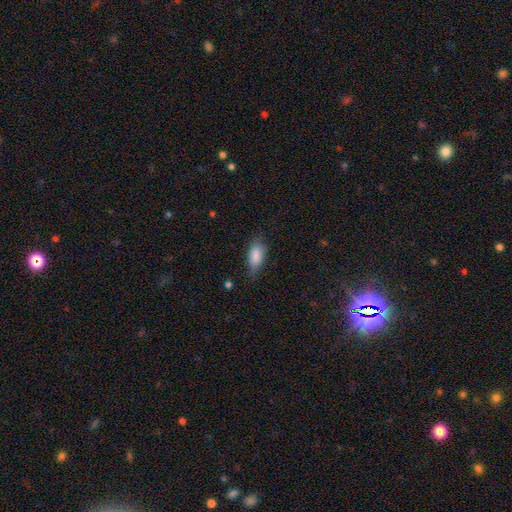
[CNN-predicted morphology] This appears to be a smooth galaxy with no disk features (85%) that is in between round and cigar-shaped (86%). Merging: none (67%).